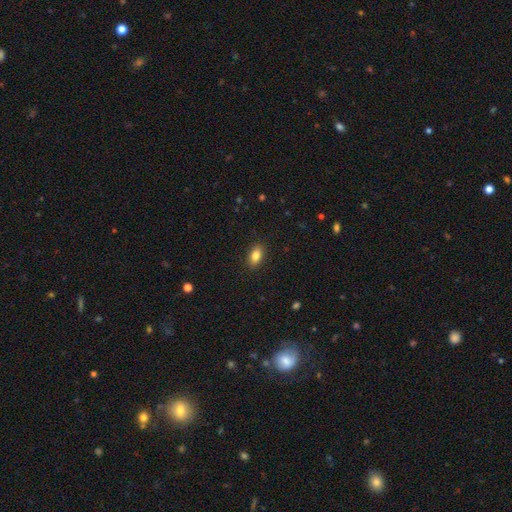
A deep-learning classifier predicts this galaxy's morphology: smooth-or-featured: smooth: 84% | star or artifact: 8% | featured or disk: 7%
  how-rounded: in between: 89% | round: 7% | cigar-shaped: 4%
  merging: none: 89% | minor disturbance: 8% | major disturbance: 2% | merger: 1%